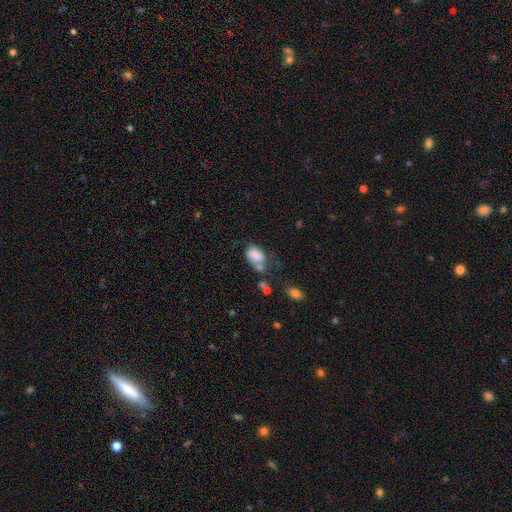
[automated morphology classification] type=smooth (67%); roundness=in between (83%); merging=none (28%).